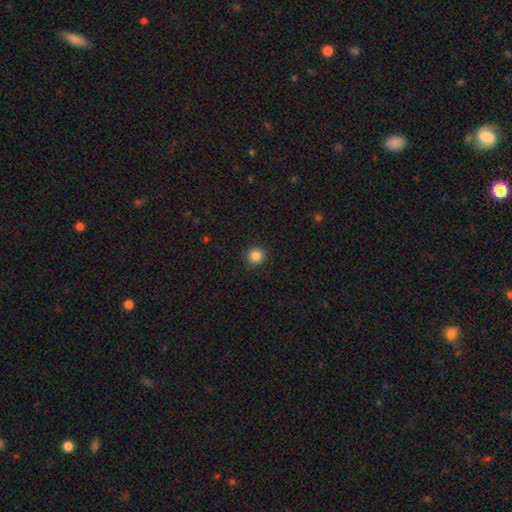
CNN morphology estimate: This is clearly a smooth galaxy (85%). How rounded: clearly round (95%). Merging: clearly none (92%).